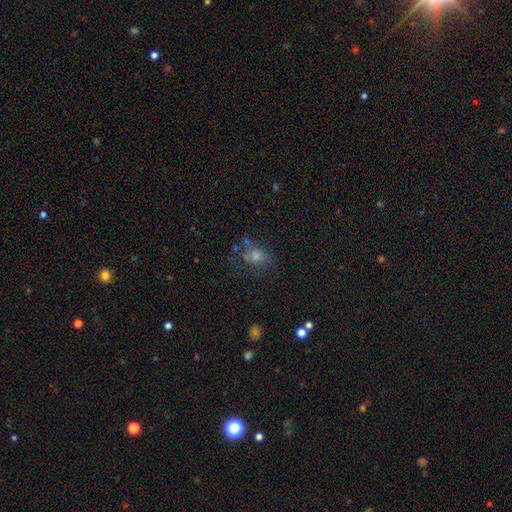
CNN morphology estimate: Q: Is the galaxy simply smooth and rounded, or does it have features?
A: smooth — 44%.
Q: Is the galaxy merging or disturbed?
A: none — 50%.